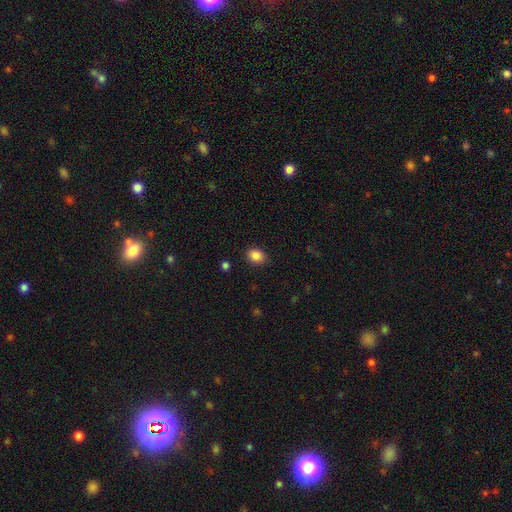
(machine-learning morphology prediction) The model was most divided on "how rounded": in between: 61%, round: 38%, cigar-shaped: 1%. More confident: smooth or featured — smooth (87%); merging — none (87%).